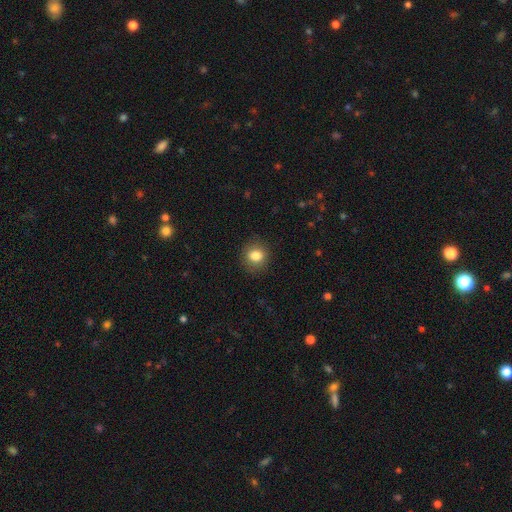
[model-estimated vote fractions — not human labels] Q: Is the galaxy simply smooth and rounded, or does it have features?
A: smooth — 83%.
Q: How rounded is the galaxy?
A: round — 75%.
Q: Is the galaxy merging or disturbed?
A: none — 87%.